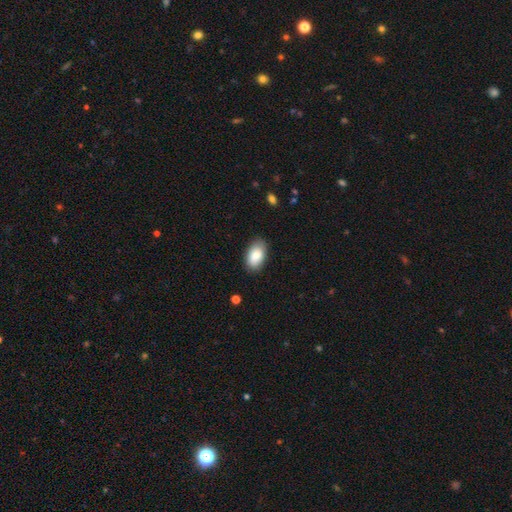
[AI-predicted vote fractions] A smooth galaxy with no disk features (85%) that is in between round and cigar-shaped (94%).

Vote fractions:
- Smooth or featured? smooth: 85% / featured or disk: 9% / star or artifact: 6%
- How rounded? in between: 94% / round: 5% / cigar-shaped: 1%
- Merging? none: 84% / minor disturbance: 13% / major disturbance: 2% / merger: 1%